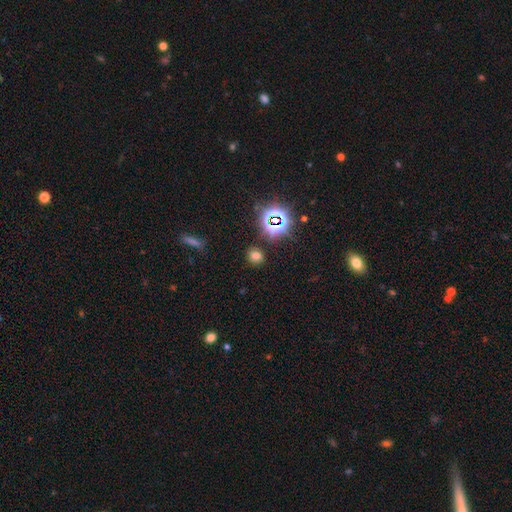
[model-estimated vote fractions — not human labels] A smooth galaxy with no disk features (65%) that is round (77%). Merging: none (86%).